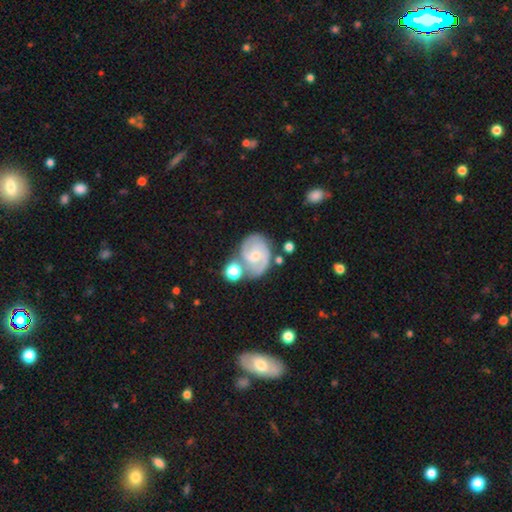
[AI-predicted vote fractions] A featured or disk galaxy (81%) with no bar (52%), 2 (64%) medium (49%) spiral arms (96%) and a small central bulge (64%).

Vote fractions:
- Smooth or featured? featured or disk: 81% / smooth: 13% / star or artifact: 6%
- Edge-on disk? no: 98% / yes: 2%
- Bar? no: 52% / weak: 41% / strong: 7%
- Spiral arms? yes: 96% / no: 4%
- Spiral winding? medium: 49% / tight: 37% / loose: 13%
- Spiral arm count? 2: 64% / 3: 17% / can't tell: 11% / 1: 3% / 4: 3% / more than 4: 2%
- Bulge size? small: 64% / moderate: 30% / none: 3% / large: 1% / dominant: 1%
- Merging? none: 58% / minor disturbance: 19% / merger: 16% / major disturbance: 7%